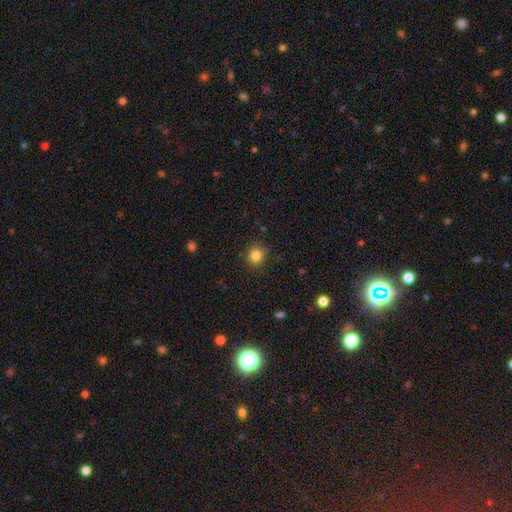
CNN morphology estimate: The model was most divided on "how rounded": round: 84%, in between: 15%, cigar-shaped: 1%. More confident: merging — none (88%); smooth or featured — smooth (82%).